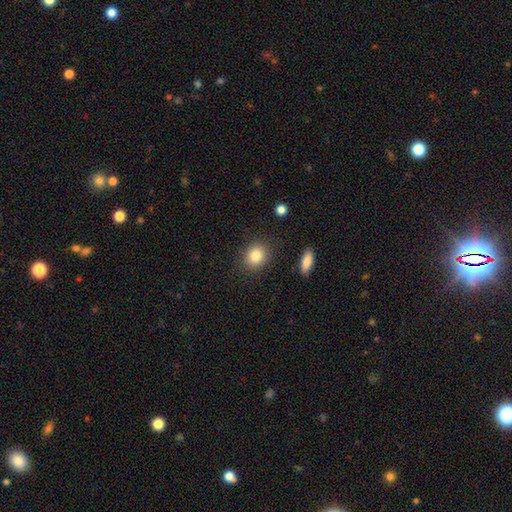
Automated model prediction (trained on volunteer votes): Smooth or featured?
  - smooth: 84% *
  - star or artifact: 9%
  - featured or disk: 7%
How rounded?
  - round: 65% *
  - in between: 34%
  - cigar-shaped: 1%
Merging?
  - none: 87% *
  - minor disturbance: 8%
  - major disturbance: 3%
  - merger: 2%